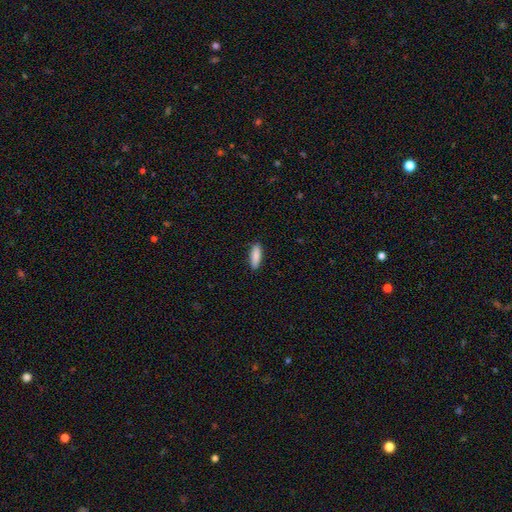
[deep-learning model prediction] Smooth or featured? Predicted: smooth (p=0.88). How rounded? Predicted: cigar-shaped (p=0.53). Merging? Predicted: none (p=0.87).